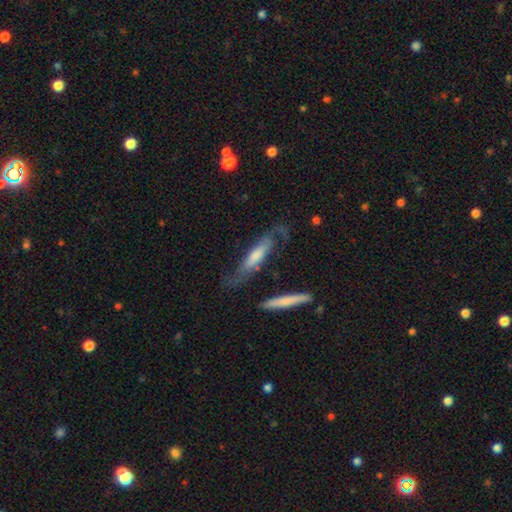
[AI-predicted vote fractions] Smooth or featured? featured or disk (63%)
Edge-on disk? no (60%)
Merging? none (57%)